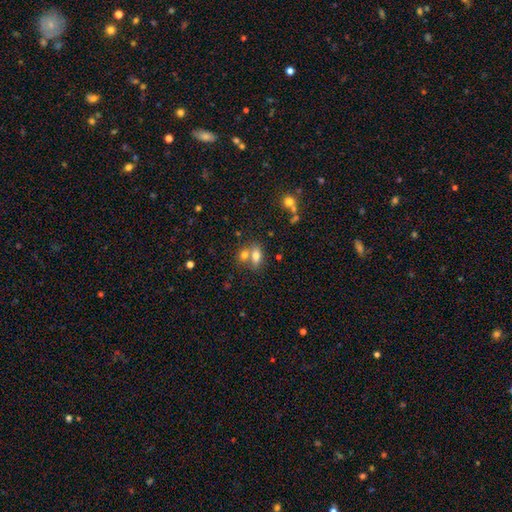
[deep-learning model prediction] This appears to be a smooth galaxy with no disk features (76%) that is in between round and cigar-shaped (83%). Merging: merger (46%).